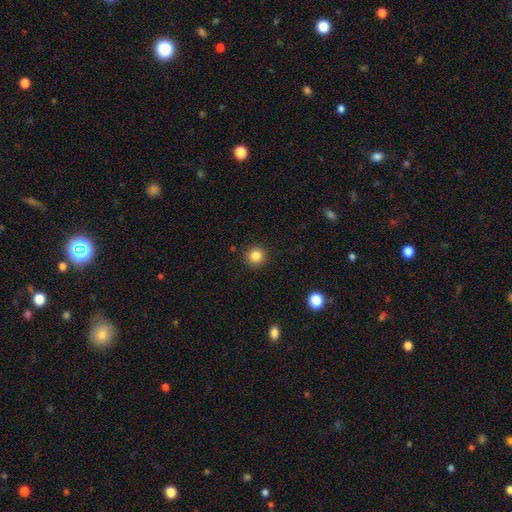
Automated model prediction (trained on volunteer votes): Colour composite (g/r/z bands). It shows a smooth galaxy with no disk features (85%) that is round (94%). Merging: none (91%).